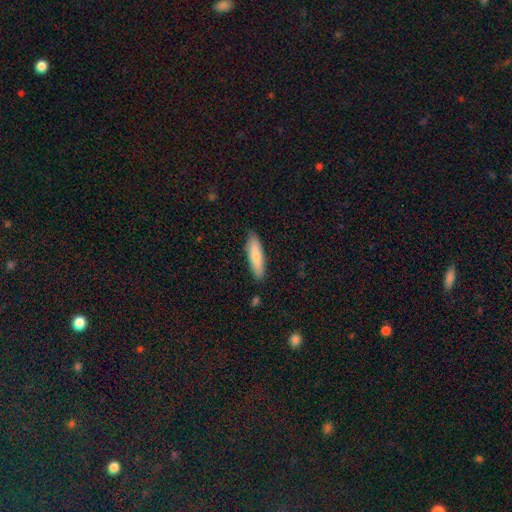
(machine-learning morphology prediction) Smooth or featured: smooth — 82% (featured or disk — 13%)
How rounded: cigar-shaped — 68% (in between — 31%)
Merging: none — 87% (minor disturbance — 10%)